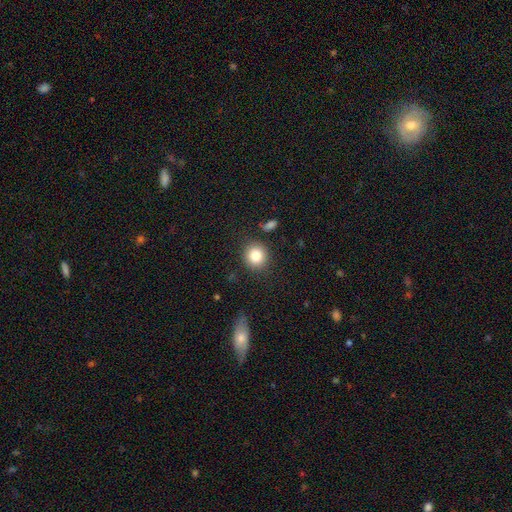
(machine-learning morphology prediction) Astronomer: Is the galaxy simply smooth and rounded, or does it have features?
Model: smooth — 83%.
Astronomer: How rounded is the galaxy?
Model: round — 88%.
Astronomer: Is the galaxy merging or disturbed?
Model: none — 86%.